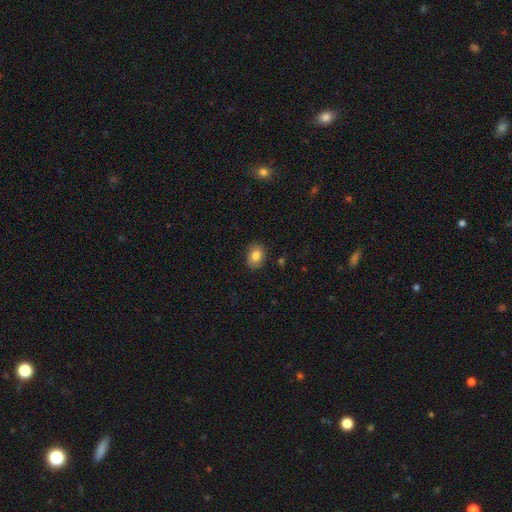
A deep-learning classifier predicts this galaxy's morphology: Smooth or featured?
  - smooth: 81% *
  - featured or disk: 11%
  - star or artifact: 8%
How rounded?
  - in between: 63% *
  - round: 36%
  - cigar-shaped: 1%
Merging?
  - none: 85% *
  - minor disturbance: 11%
  - major disturbance: 2%
  - merger: 1%